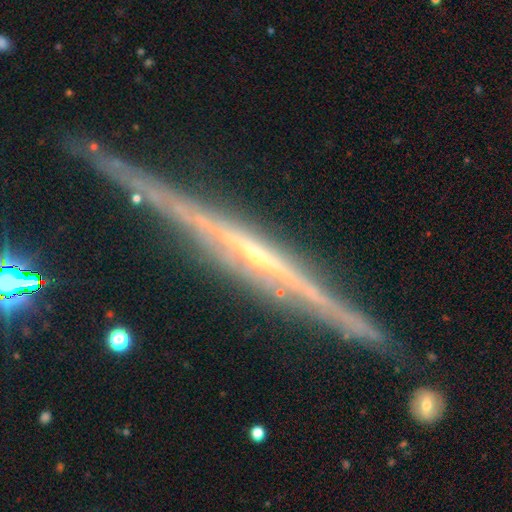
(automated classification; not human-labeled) This appears to be a featured or disk galaxy (85%) viewed edge-on (98%) with no central bulge (56%). Merging: none (87%).